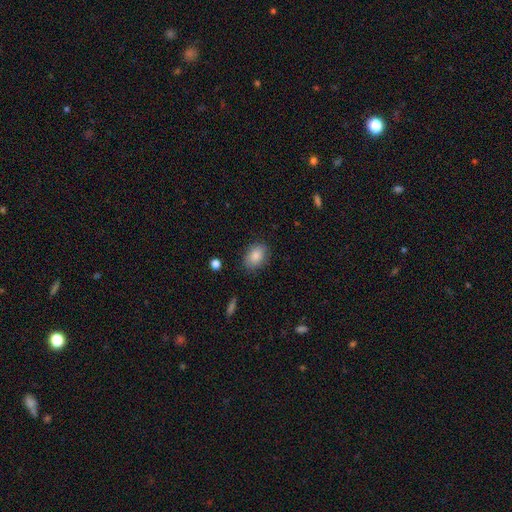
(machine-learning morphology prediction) type=smooth (85%); roundness=in between (80%); merging=none (83%).